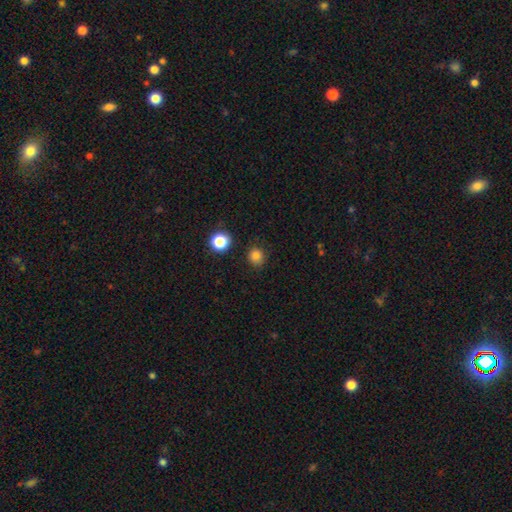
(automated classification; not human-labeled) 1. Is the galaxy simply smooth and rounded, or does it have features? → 81% smooth, 15% star or artifact, 4% featured or disk.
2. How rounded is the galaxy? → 86% round, 13% in between, 1% cigar-shaped.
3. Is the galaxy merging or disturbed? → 86% none, 9% minor disturbance, 3% major disturbance, 2% merger.